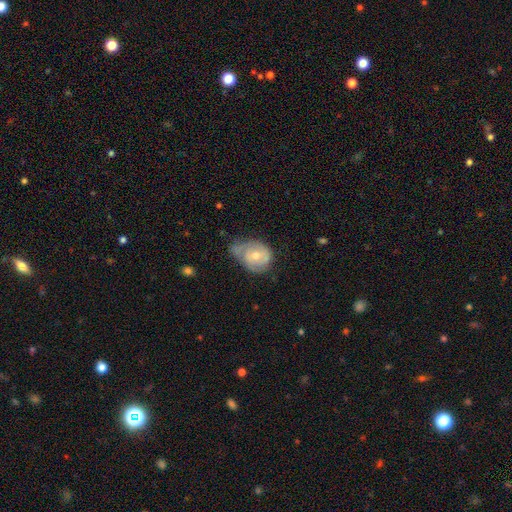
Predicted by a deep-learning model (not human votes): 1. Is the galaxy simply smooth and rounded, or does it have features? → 54% featured or disk, 40% smooth, 6% star or artifact.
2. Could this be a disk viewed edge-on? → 97% no, 3% yes.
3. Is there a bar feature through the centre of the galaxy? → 68% no, 27% weak, 5% strong.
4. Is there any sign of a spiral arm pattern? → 71% yes, 29% no.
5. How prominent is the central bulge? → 51% moderate, 45% small, 2% large, 2% none, 1% dominant.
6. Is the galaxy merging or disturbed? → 39% minor disturbance, 31% none, 24% major disturbance, 6% merger.